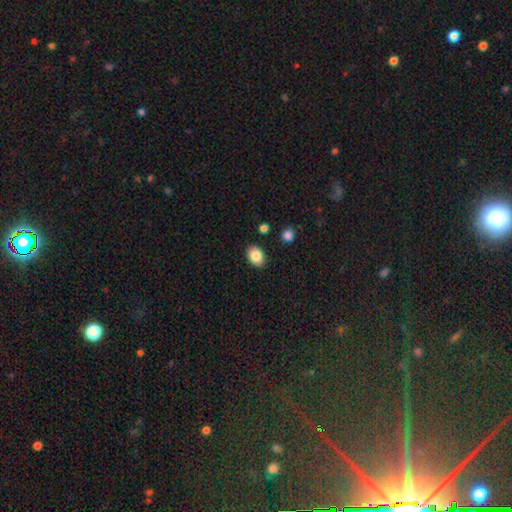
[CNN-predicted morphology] This appears to be a smooth galaxy with no disk features (87%) that is in between round and cigar-shaped (67%). Merging: none (86%).